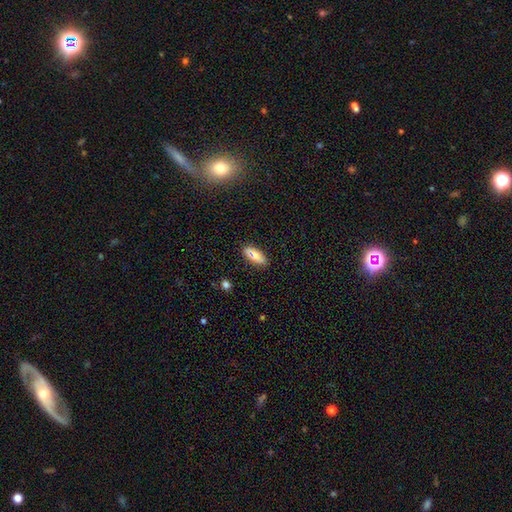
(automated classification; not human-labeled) Smooth or featured: smooth — 79% (featured or disk — 14%)
How rounded: in between — 76% (cigar-shaped — 22%)
Merging: none — 86% (minor disturbance — 10%)